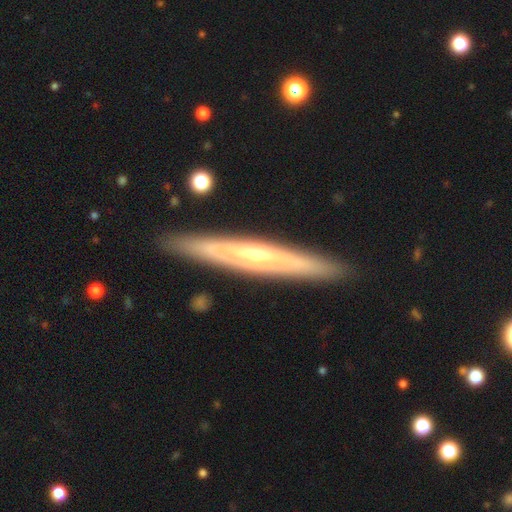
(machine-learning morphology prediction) Smooth or featured? Predicted: featured or disk (p=0.71). Edge-on disk? Predicted: yes (p=0.90). Edge-on bulge? Predicted: rounded (p=0.68). Merging? Predicted: none (p=0.90).